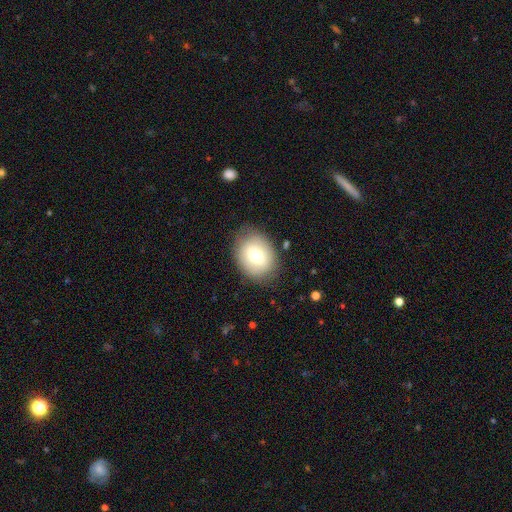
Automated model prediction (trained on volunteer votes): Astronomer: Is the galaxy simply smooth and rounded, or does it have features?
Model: smooth — 70%.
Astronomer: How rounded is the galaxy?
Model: in between — 55% (runner-up: round, 44%).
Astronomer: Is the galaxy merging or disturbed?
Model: none — 80%.